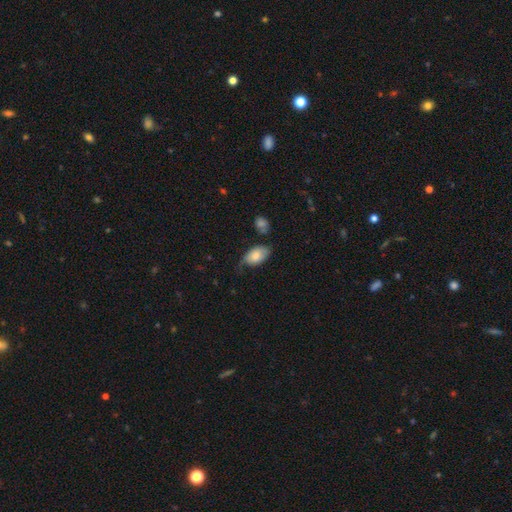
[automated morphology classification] Smooth or featured?
  - smooth: 76% *
  - featured or disk: 17%
  - star or artifact: 6%
How rounded?
  - in between: 92% *
  - round: 6%
  - cigar-shaped: 2%
Merging?
  - none: 48% *
  - minor disturbance: 35%
  - major disturbance: 12%
  - merger: 6%